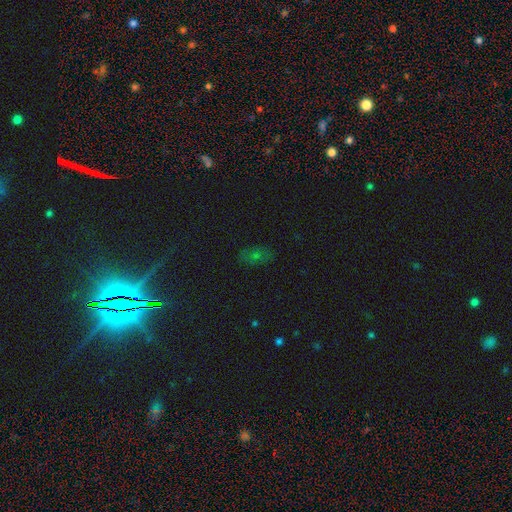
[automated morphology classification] smooth-or-featured: star or artifact: 42% | smooth: 39% | featured or disk: 19%